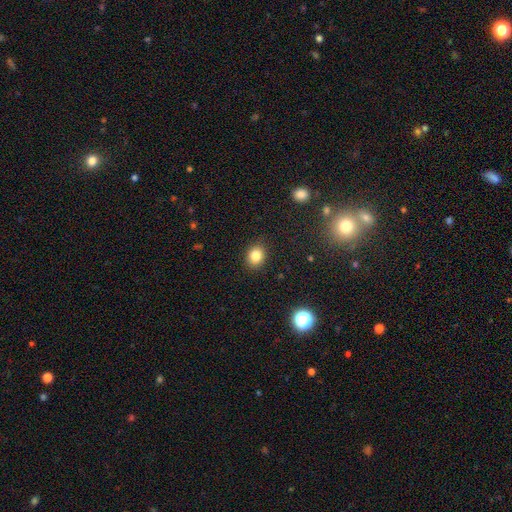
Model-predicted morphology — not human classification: smooth-or-featured: smooth: 82% | star or artifact: 11% | featured or disk: 7%
  how-rounded: round: 61% | in between: 38% | cigar-shaped: 1%
  merging: none: 89% | minor disturbance: 8% | major disturbance: 2% | merger: 1%